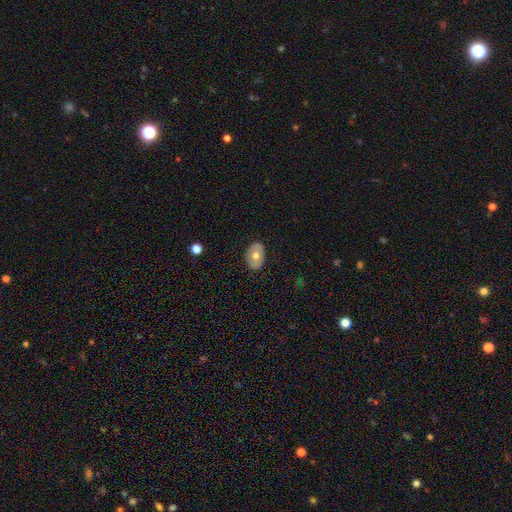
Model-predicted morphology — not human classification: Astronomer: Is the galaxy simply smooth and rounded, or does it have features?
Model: smooth — 54% (runner-up: featured or disk, 38%).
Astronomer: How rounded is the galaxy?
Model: in between — 73%.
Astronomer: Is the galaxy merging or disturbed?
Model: none — 84%.